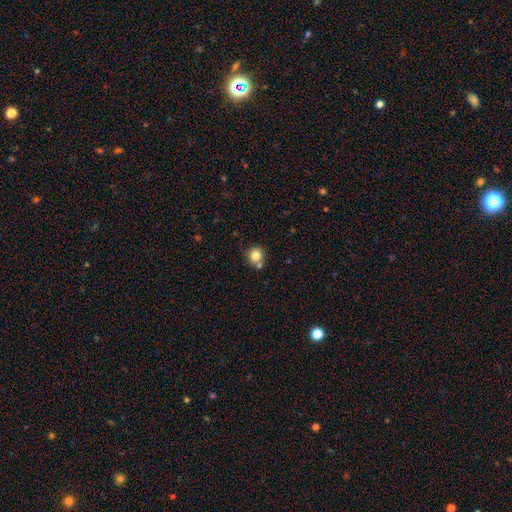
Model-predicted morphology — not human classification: Overall: smooth (80%). How rounded: round (89%). Merging: none (65%).